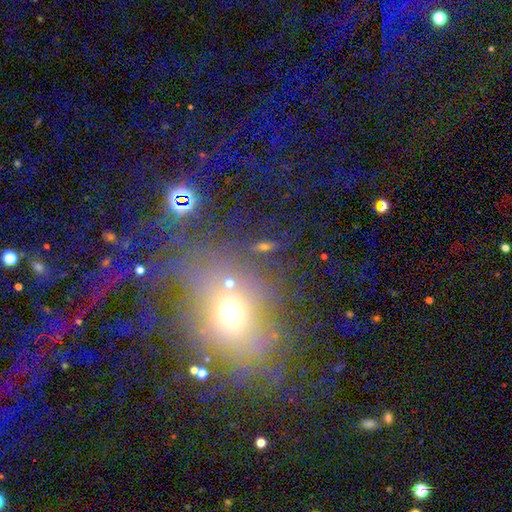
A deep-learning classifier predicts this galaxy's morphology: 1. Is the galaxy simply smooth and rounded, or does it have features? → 41% smooth, 31% star or artifact, 29% featured or disk.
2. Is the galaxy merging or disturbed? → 45% none, 33% major disturbance, 15% minor disturbance, 7% merger.